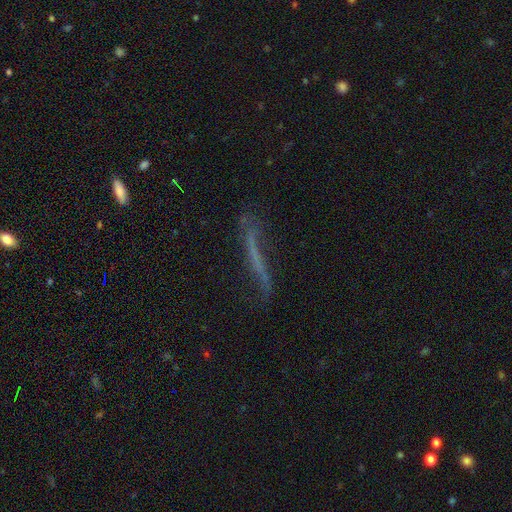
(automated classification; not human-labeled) Smooth or featured?
  - featured or disk: 50% *
  - smooth: 35%
  - star or artifact: 15%
Merging?
  - none: 59% *
  - minor disturbance: 23%
  - major disturbance: 14%
  - merger: 4%